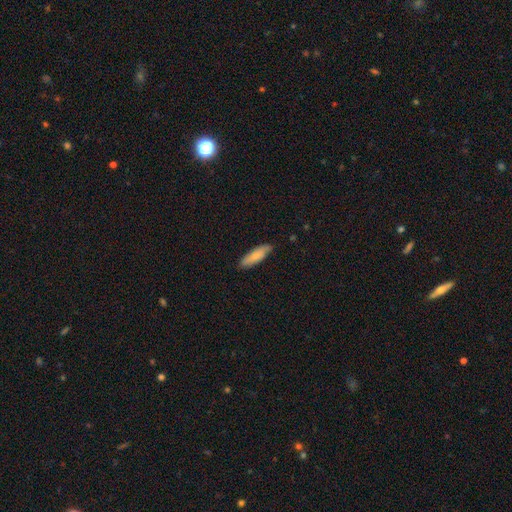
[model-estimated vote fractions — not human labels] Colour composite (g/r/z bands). It shows a smooth galaxy with no disk features (77%) that is cigar-shaped (51%). Merging: none (79%).